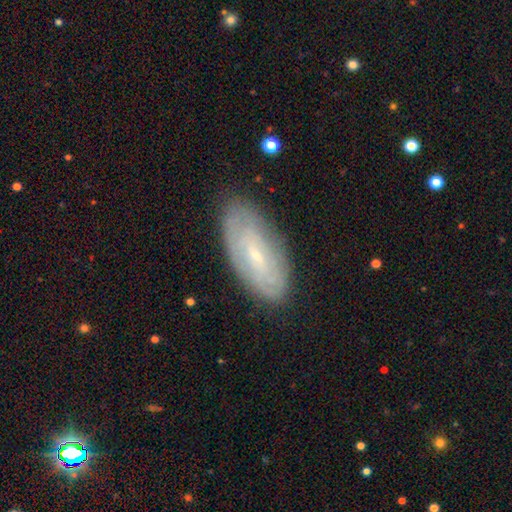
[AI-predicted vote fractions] Smooth or featured? Predicted: featured or disk (p=0.59). Edge-on disk? Predicted: no (p=0.87). Bar? Predicted: no (p=0.45). Spiral arms? Predicted: yes (p=0.69). Bulge size? Predicted: small (p=0.79). Merging? Predicted: none (p=0.82).